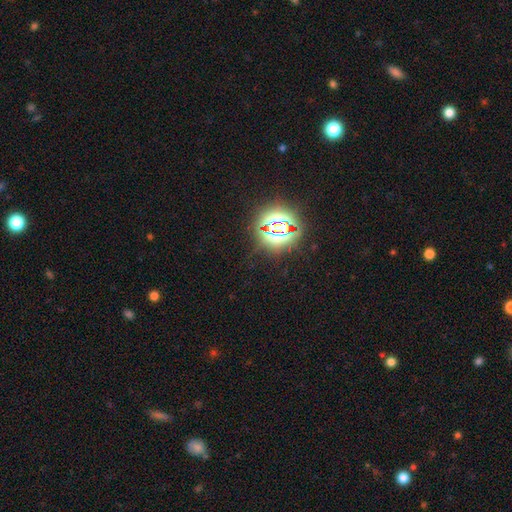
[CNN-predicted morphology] This is likely a star or artifact rather than a galaxy (78%).